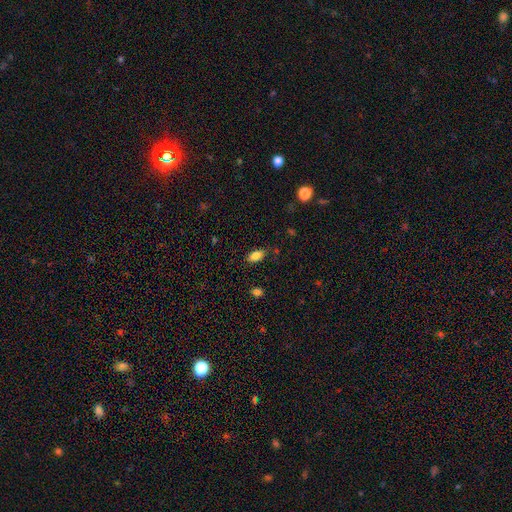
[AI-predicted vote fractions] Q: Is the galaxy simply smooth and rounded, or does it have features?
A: smooth — 85%.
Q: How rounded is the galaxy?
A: in between — 91%.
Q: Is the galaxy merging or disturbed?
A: none — 78%.